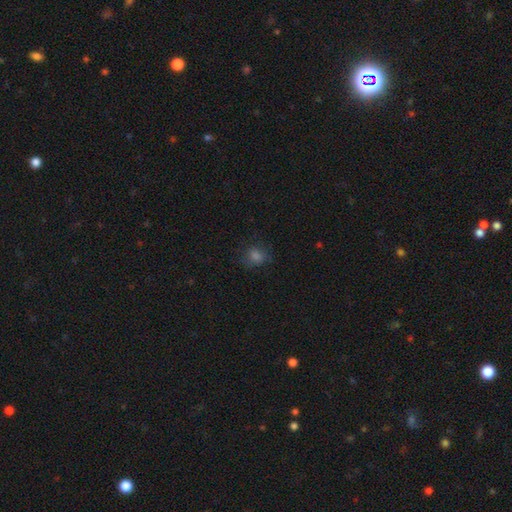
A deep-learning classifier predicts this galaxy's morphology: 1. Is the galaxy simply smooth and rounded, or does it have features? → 72% smooth, 20% star or artifact, 9% featured or disk.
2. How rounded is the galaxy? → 72% round, 27% in between, 1% cigar-shaped.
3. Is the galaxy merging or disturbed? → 75% none, 16% minor disturbance, 7% major disturbance, 1% merger.